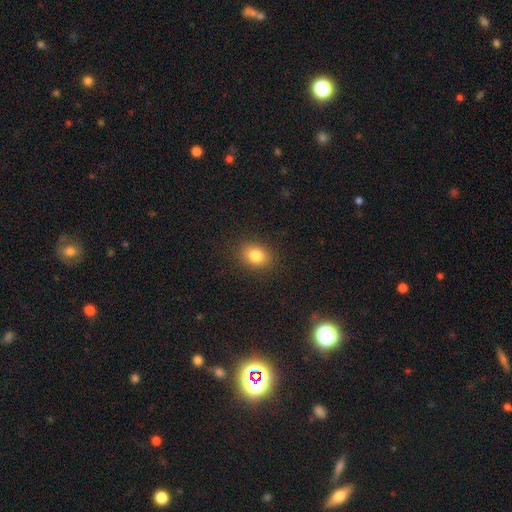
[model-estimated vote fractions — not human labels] smooth-or-featured: smooth: 82% | star or artifact: 10% | featured or disk: 7%
  how-rounded: in between: 59% | round: 40% | cigar-shaped: 1%
  merging: none: 88% | minor disturbance: 8% | major disturbance: 3% | merger: 1%